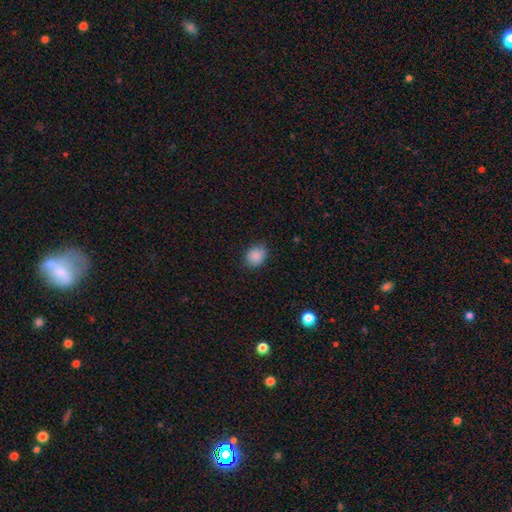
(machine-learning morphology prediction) Smooth or featured? smooth (88%)
How rounded? round (54%)
Merging? none (83%)